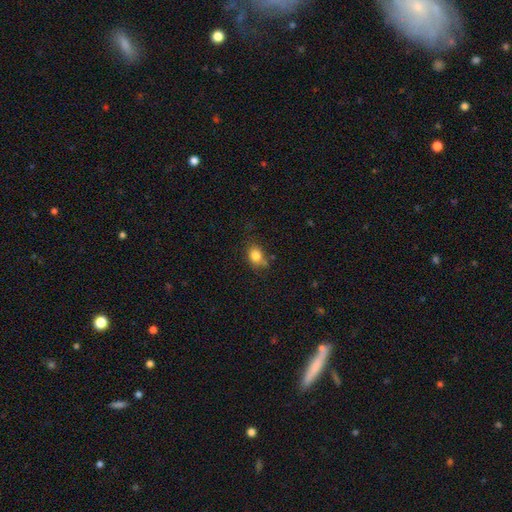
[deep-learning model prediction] This is clearly a smooth galaxy (82%). How rounded: possibly in between (49%, tied with round). Merging: likely none (66%).